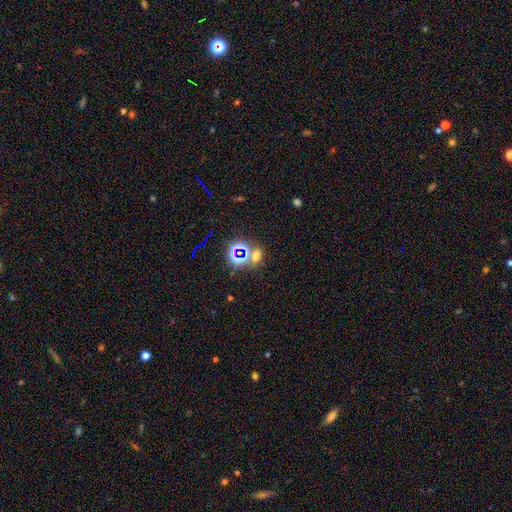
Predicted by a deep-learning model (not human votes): Morphology: type=star or artifact (50%).